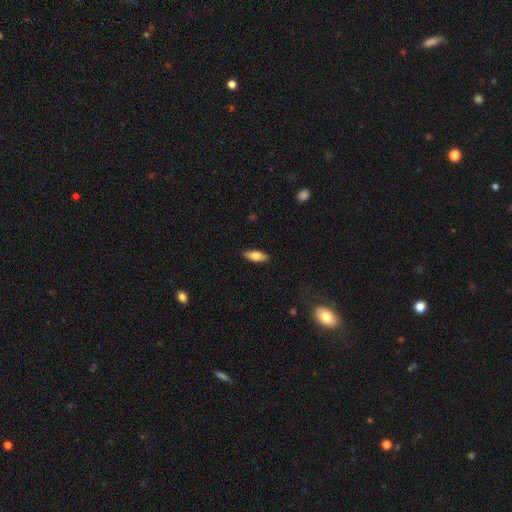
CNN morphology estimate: This appears to be a smooth galaxy with no disk features (73%) that is in between round and cigar-shaped (70%). Merging: none (88%).